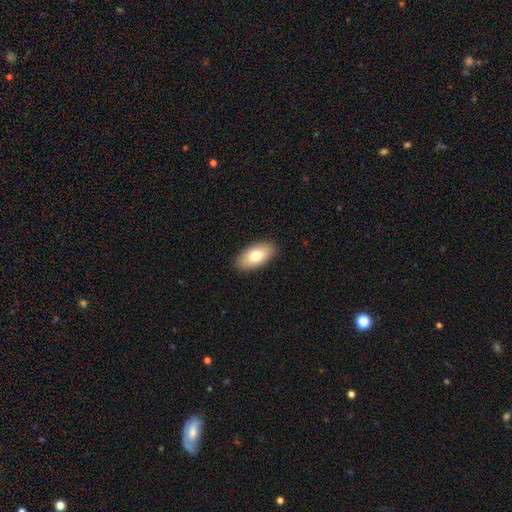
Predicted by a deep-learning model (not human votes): Smooth or featured: smooth — 76% (featured or disk — 18%)
How rounded: in between — 94% (cigar-shaped — 3%)
Merging: none — 90% (minor disturbance — 8%)